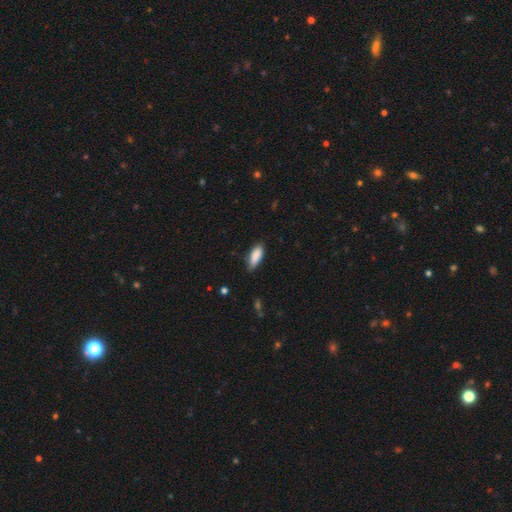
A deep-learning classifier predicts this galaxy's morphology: A smooth galaxy with no disk features (88%) that is in between round and cigar-shaped (74%). Merging: none (74%).